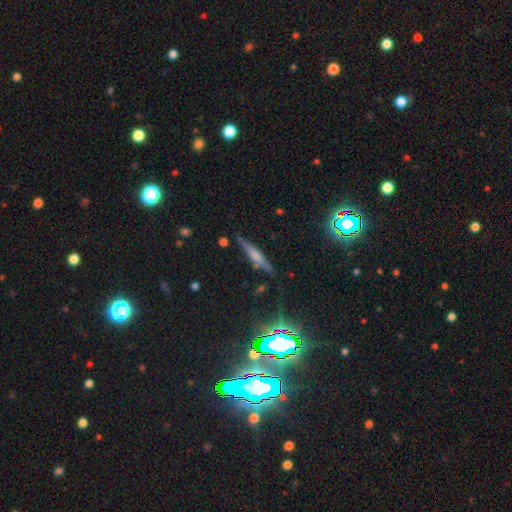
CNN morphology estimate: This appears to be a featured or disk galaxy (45%). Merging: none (80%).